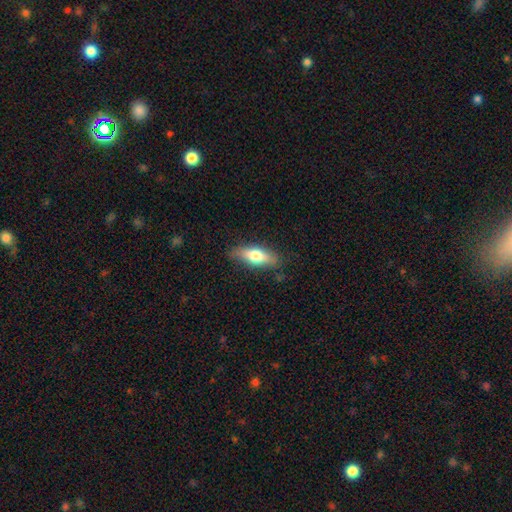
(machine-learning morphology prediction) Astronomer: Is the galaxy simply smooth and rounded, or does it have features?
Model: smooth — 65%.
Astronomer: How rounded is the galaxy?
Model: in between — 60% (runner-up: cigar-shaped, 37%).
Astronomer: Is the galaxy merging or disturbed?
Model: none — 81%.